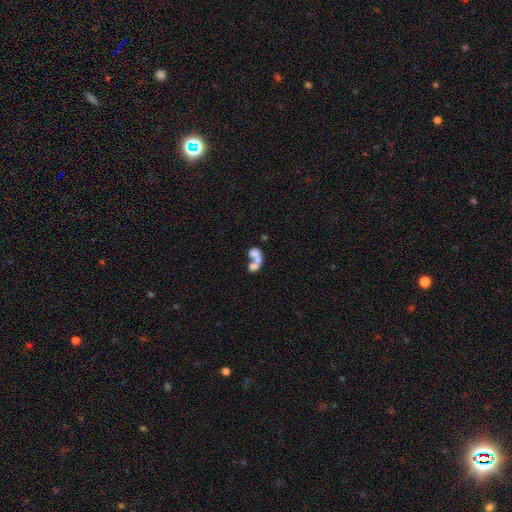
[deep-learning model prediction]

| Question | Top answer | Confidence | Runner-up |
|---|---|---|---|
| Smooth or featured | smooth | 59% | featured or disk (31%) |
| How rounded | in between | 69% | round (28%) |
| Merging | merger | 70% | none (15%) |